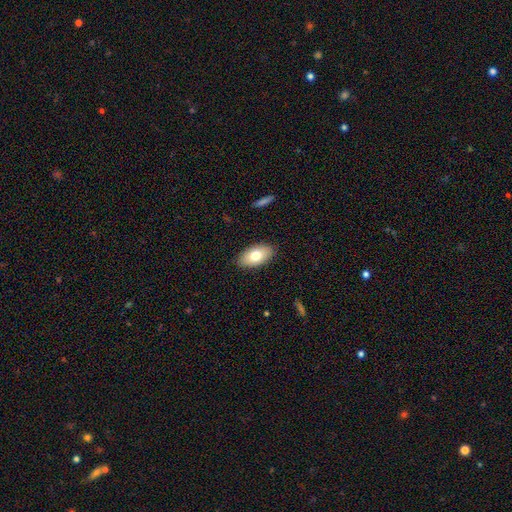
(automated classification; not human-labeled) Smooth or featured? smooth (75%)
How rounded? in between (94%)
Merging? none (88%)